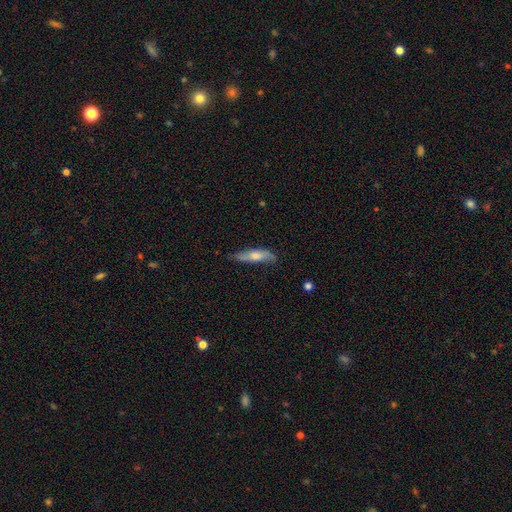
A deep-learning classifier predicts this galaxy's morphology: Overall: smooth (58%; featured or disk 36%). How rounded: cigar-shaped (63%; in between 35%). Merging: none (68%).